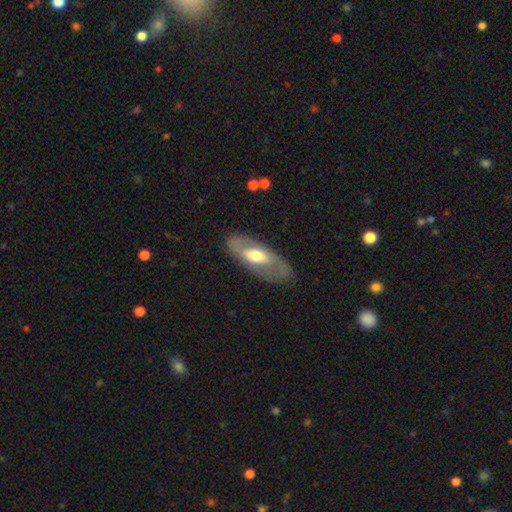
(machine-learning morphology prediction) A featured or disk galaxy (51%). Merging: none (79%).